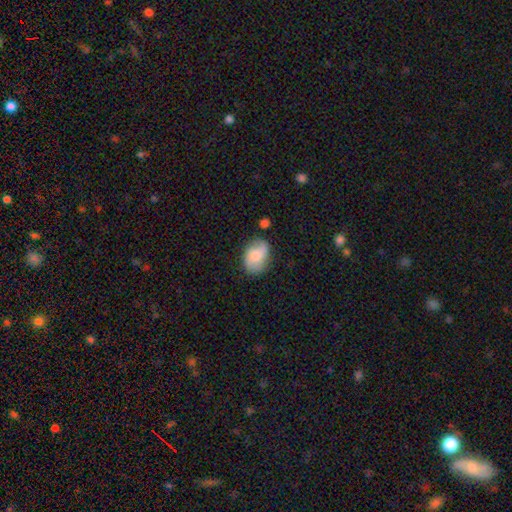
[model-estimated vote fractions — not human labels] Smooth or featured? Predicted: smooth (p=0.51). How rounded? Predicted: in between (p=0.78). Merging? Predicted: none (p=0.68).